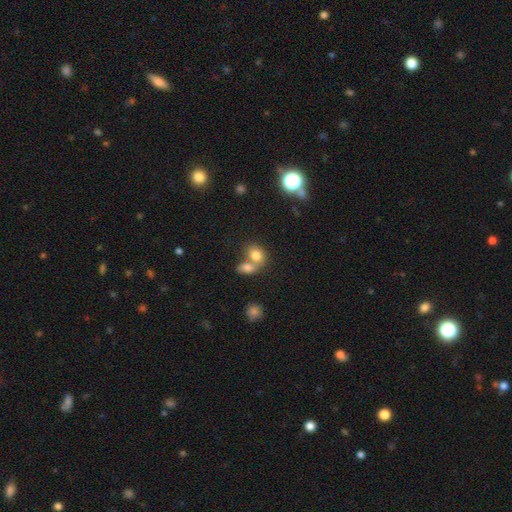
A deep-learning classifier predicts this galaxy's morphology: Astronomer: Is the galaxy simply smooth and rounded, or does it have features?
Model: smooth — 78%.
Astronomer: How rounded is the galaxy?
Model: in between — 58% (runner-up: round, 41%).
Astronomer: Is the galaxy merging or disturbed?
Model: merger — 58%.